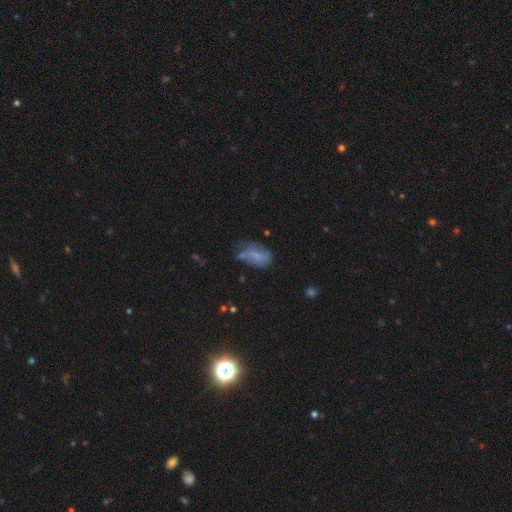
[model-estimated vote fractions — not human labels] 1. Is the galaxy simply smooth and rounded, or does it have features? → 57% smooth, 30% featured or disk, 12% star or artifact.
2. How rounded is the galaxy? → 88% in between, 8% round, 4% cigar-shaped.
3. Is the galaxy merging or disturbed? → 37% none, 31% minor disturbance, 18% major disturbance, 13% merger.